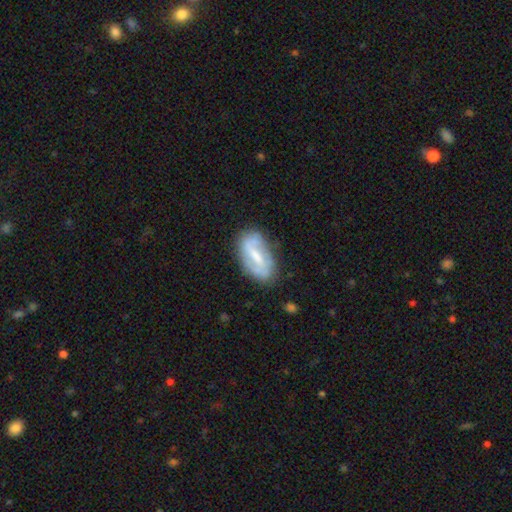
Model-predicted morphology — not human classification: smooth-or-featured: featured or disk: 63% | smooth: 30% | star or artifact: 7%
  disk-edge-on: no: 92% | yes: 8%
    bar: strong: 43% | weak: 42% | no: 15%
    has-spiral-arms: yes: 67% | no: 33%
    bulge-size: moderate: 40% | small: 38% | none: 15% | large: 5% | dominant: 1%
  merging: none: 72% | minor disturbance: 20% | major disturbance: 6% | merger: 2%